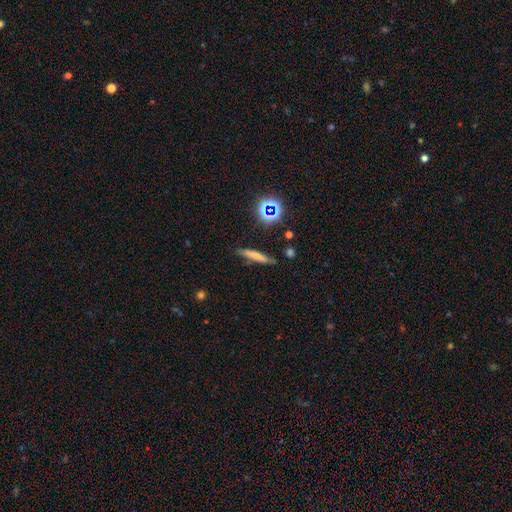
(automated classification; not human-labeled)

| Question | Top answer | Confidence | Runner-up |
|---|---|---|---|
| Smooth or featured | smooth | 62% | featured or disk (24%) |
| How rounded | cigar-shaped | 87% | in between (8%) |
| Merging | none | 78% | minor disturbance (15%) |